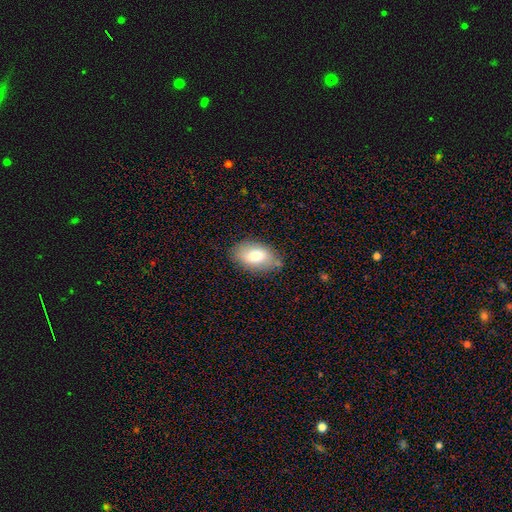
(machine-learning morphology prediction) Smooth or featured? smooth (76%)
How rounded? in between (92%)
Merging? none (77%)